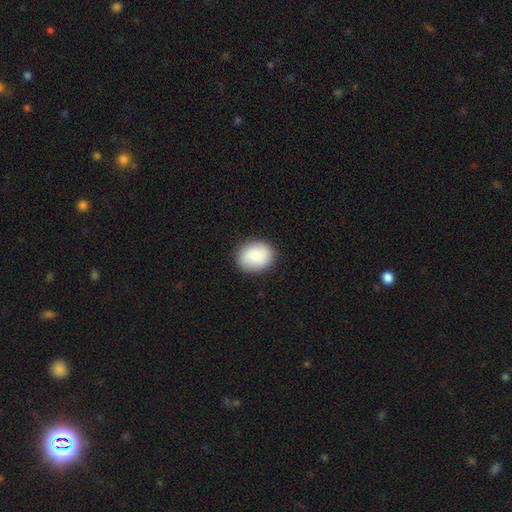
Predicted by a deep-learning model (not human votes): smooth-or-featured: smooth: 83% | featured or disk: 10% | star or artifact: 7%
  how-rounded: round: 57% | in between: 42% | cigar-shaped: 1%
  merging: none: 87% | minor disturbance: 10% | major disturbance: 3% | merger: 1%